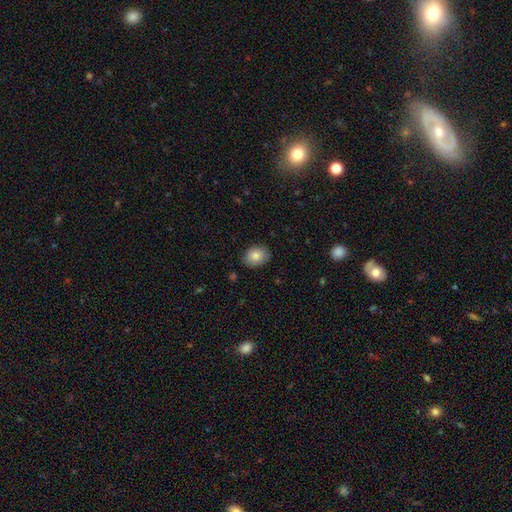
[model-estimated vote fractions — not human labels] Smooth or featured: smooth — 86% (star or artifact — 8%)
How rounded: in between — 64% (round — 35%)
Merging: none — 85% (minor disturbance — 11%)